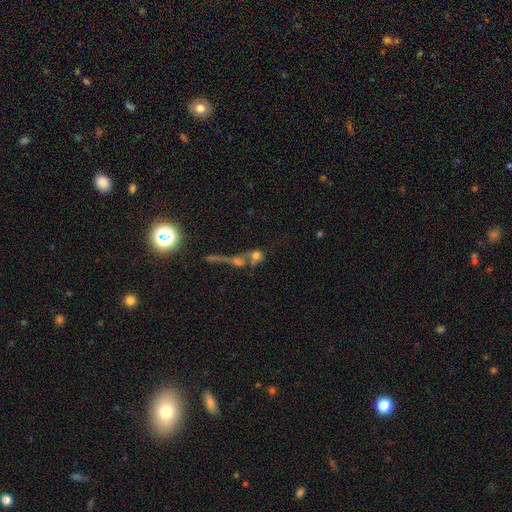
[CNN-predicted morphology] Smooth or featured? Predicted: smooth (p=0.56). How rounded? Predicted: round (p=0.61). Merging? Predicted: merger (p=0.59).